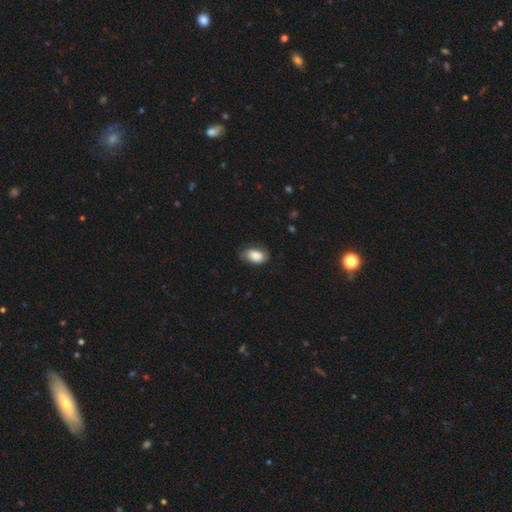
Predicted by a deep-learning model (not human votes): Morphology: type=smooth (86%); roundness=in between (91%); merging=none (73%).